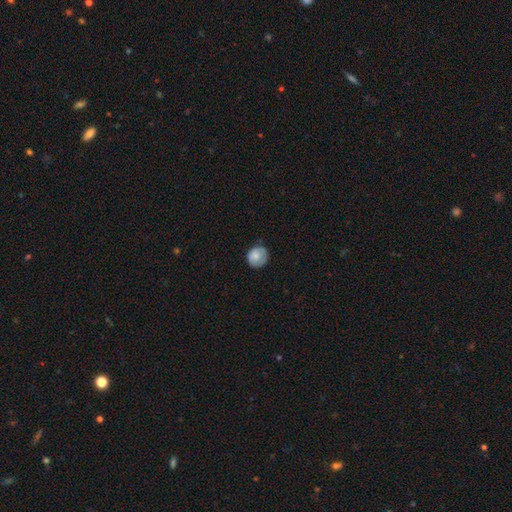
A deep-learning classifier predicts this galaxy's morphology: Smooth or featured? smooth (75%)
How rounded? round (85%)
Merging? none (73%)